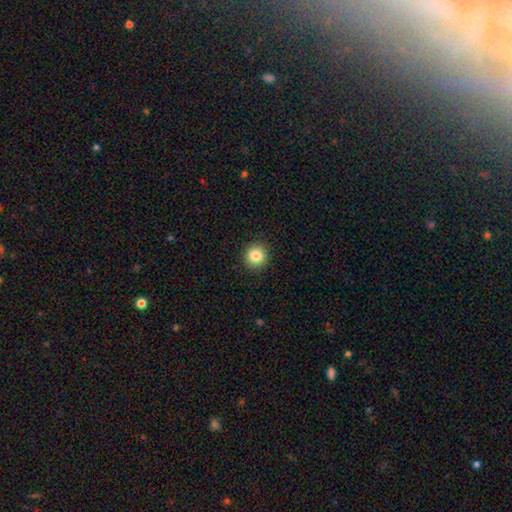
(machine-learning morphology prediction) smooth_or_featured: smooth (p=0.84) [alt: star or artifact p=0.10]
how_rounded: round (p=0.91) [alt: in between p=0.08]
merging: none (p=0.91) [alt: minor disturbance p=0.06]